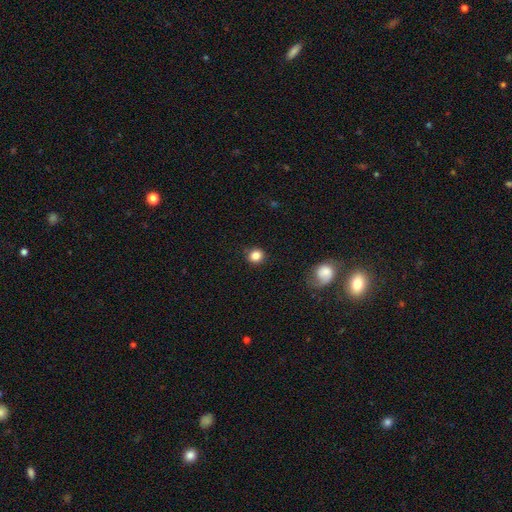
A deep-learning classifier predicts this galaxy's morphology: smooth 84%, star or artifact 11%, featured or disk 4%. Down the decision tree: how rounded — round (87%); merging — none (88%).